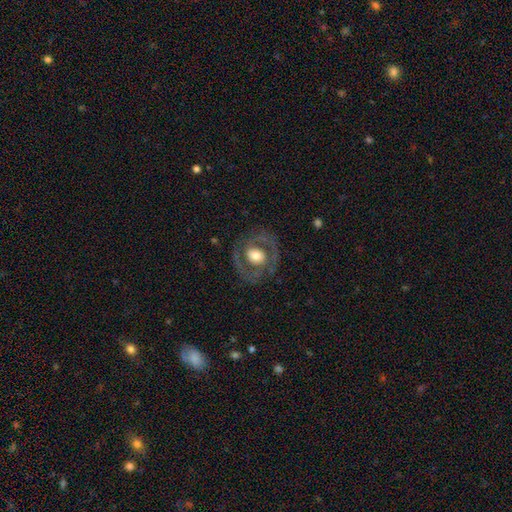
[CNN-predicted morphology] Smooth or featured?
  - featured or disk: 66% *
  - smooth: 28%
  - star or artifact: 6%
Edge-on disk?
  - no: 96% *
  - yes: 4%
Bar?
  - no: 71% *
  - weak: 21%
  - strong: 8%
Spiral arms?
  - yes: 51% *
  - no: 49%
Bulge size?
  - moderate: 56% *
  - large: 31%
  - small: 9%
  - dominant: 3%
  - none: 1%
Merging?
  - none: 76% *
  - minor disturbance: 12%
  - major disturbance: 10%
  - merger: 1%